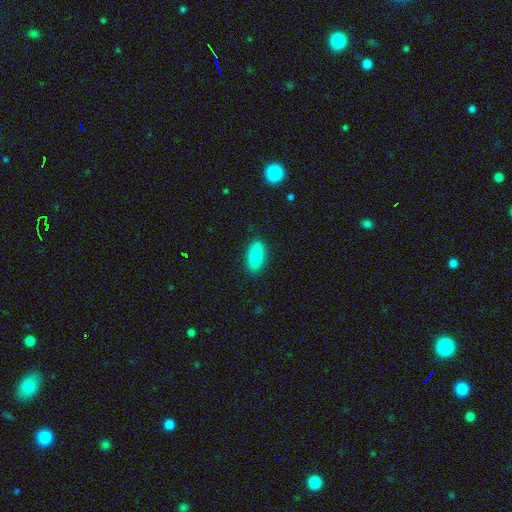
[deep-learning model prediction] Smooth or featured? smooth (86%)
How rounded? in between (80%)
Merging? none (88%)